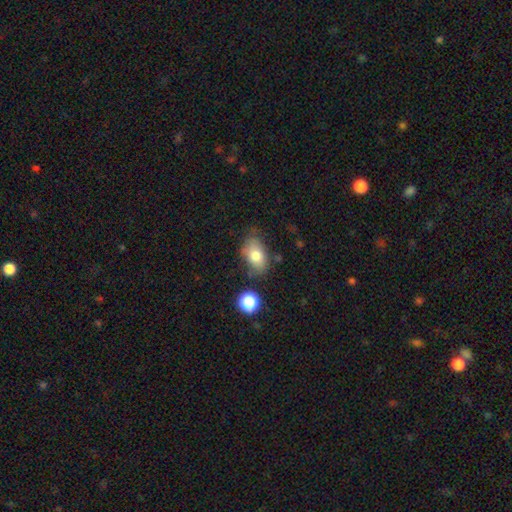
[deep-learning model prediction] smooth_or_featured: smooth (p=0.77) [alt: featured or disk p=0.14]
how_rounded: in between (p=0.87) [alt: round p=0.11]
merging: none (p=0.63) [alt: minor disturbance p=0.23]